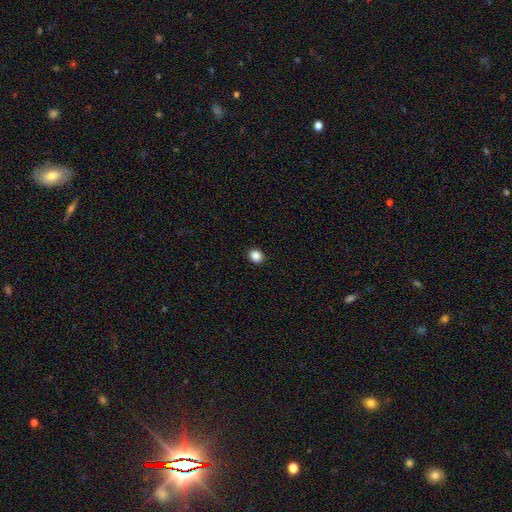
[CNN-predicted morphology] smooth_or_featured: smooth (p=0.86) [alt: star or artifact p=0.11]
how_rounded: round (p=0.78) [alt: in between p=0.21]
merging: none (p=0.92) [alt: minor disturbance p=0.05]